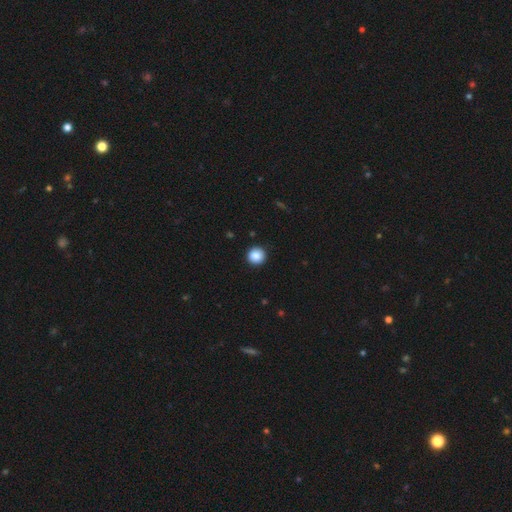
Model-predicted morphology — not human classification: type=smooth (87%); roundness=round (95%); merging=none (93%).